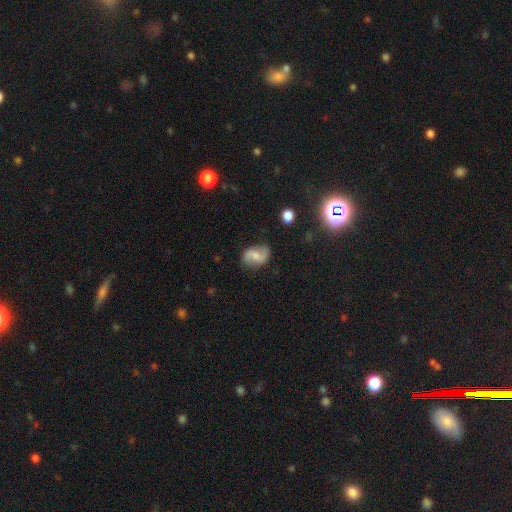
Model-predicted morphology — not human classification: The model was most divided on "bar": no: 45%, weak: 43%, strong: 12%. Remaining: edge-on disk — no (97%); spiral arms — yes (91%); spiral arm count — 2 (90%); merging — none (76%); smooth or featured — featured or disk (64%); spiral winding — loose (54%); bulge size — moderate (46%).